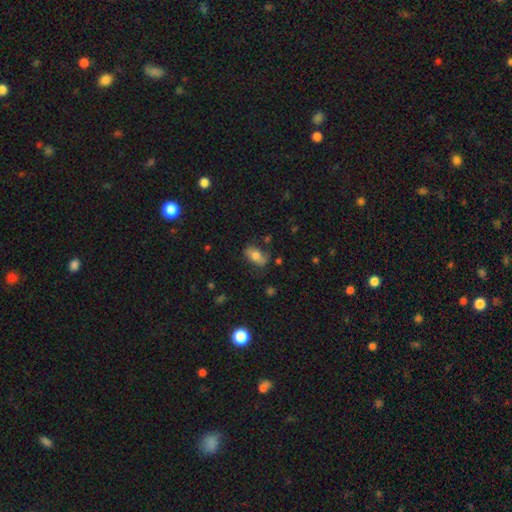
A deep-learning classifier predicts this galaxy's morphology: type=smooth (69%); roundness=in between (87%); merging=none (60%).